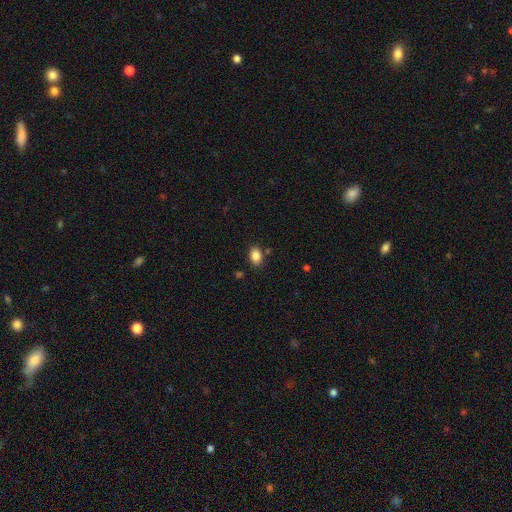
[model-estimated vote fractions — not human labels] smooth 86%, star or artifact 9%, featured or disk 5%. Down the decision tree: how rounded — in between (80%); merging — none (84%).